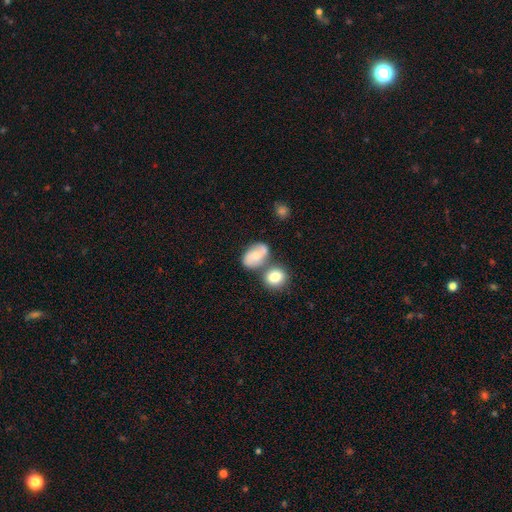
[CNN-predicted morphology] smooth-or-featured: smooth: 58% | featured or disk: 33% | star or artifact: 9%
  how-rounded: in between: 77% | round: 21% | cigar-shaped: 2%
  merging: none: 45% | merger: 31% | minor disturbance: 18% | major disturbance: 7%